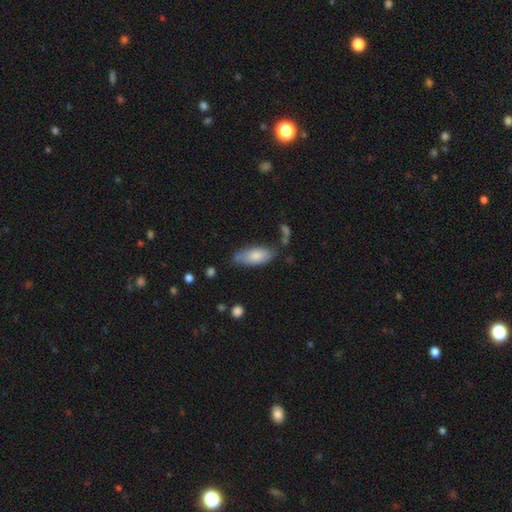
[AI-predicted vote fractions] smooth-or-featured: smooth: 79% | featured or disk: 15% | star or artifact: 6%
  how-rounded: in between: 85% | cigar-shaped: 13% | round: 2%
  merging: none: 61% | minor disturbance: 26% | merger: 7% | major disturbance: 7%